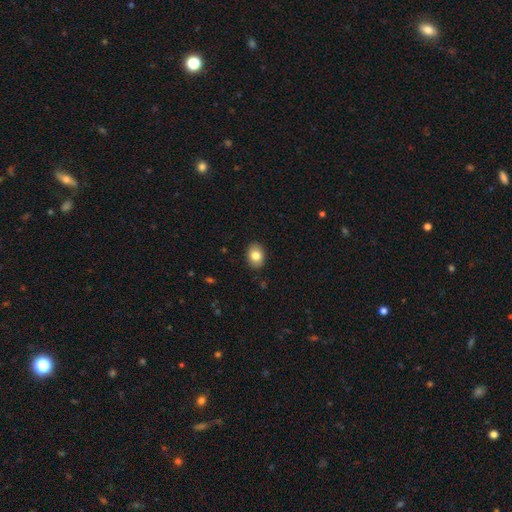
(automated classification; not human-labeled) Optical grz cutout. It shows a smooth galaxy with no disk features (82%) that is in between round and cigar-shaped (72%). Merging: none (89%).